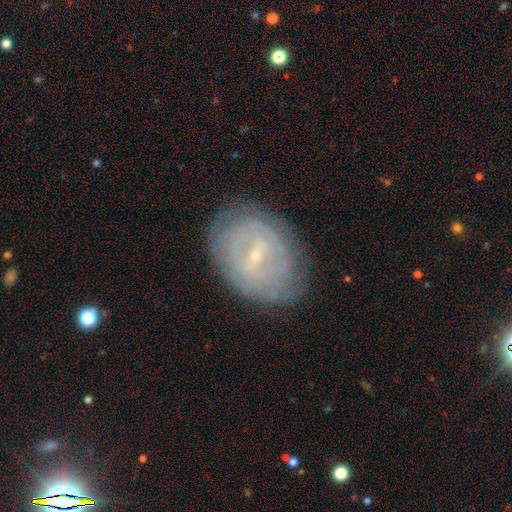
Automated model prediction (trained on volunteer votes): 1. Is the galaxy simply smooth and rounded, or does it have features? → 71% featured or disk, 21% smooth, 8% star or artifact.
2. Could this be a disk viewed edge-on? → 95% no, 5% yes.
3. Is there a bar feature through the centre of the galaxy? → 51% weak, 26% no, 23% strong.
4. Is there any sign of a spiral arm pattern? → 68% yes, 32% no.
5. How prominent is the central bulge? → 84% small, 12% moderate, 2% none, 1% large, 1% dominant.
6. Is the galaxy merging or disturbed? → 78% none, 16% minor disturbance, 5% major disturbance, 1% merger.